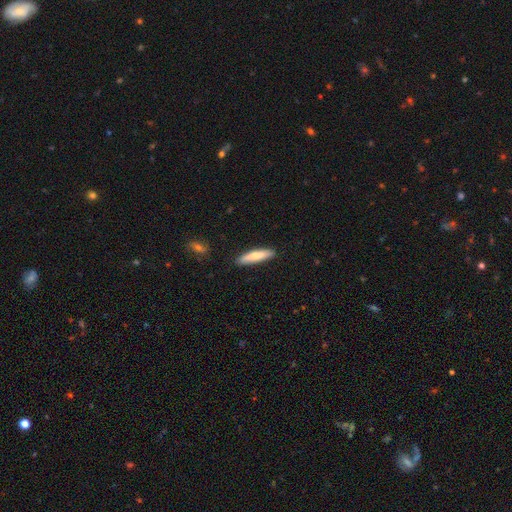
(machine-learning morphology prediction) Smooth or featured? smooth (74%)
How rounded? cigar-shaped (84%)
Merging? none (89%)